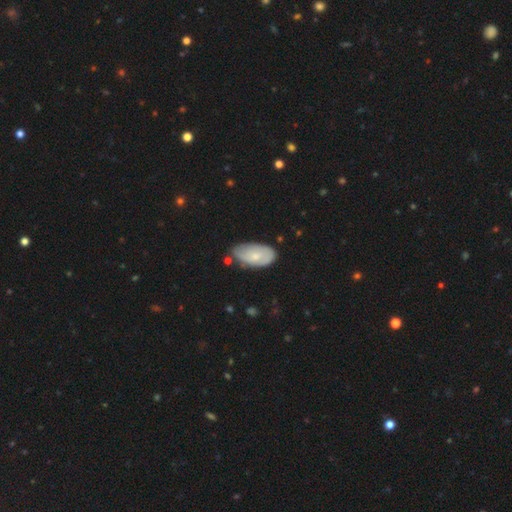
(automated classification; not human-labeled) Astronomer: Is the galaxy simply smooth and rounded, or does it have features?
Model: smooth — 60%.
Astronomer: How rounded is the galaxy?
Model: in between — 94%.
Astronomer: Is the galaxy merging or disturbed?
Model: none — 62%.